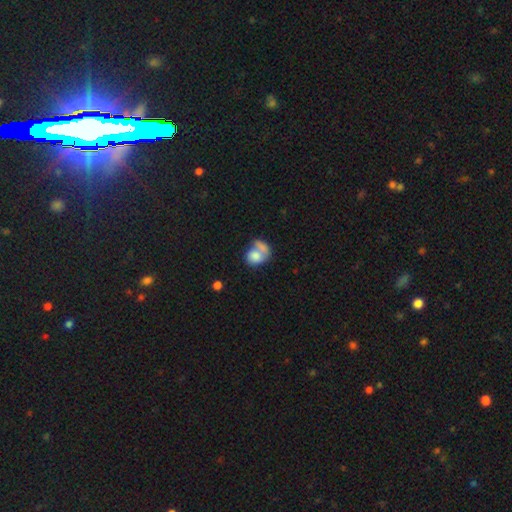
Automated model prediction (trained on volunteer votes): A smooth galaxy with no disk features (72%) that is in between round and cigar-shaped (54%). Merging: merger (57%).